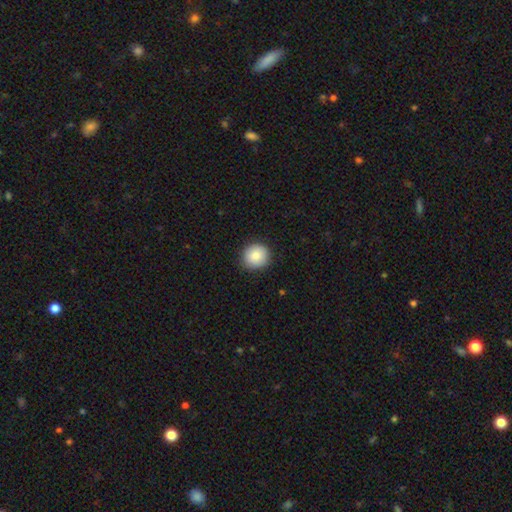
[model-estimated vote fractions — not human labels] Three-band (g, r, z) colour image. It shows a smooth galaxy with no disk features (85%) that is round (90%). Merging: none (88%).